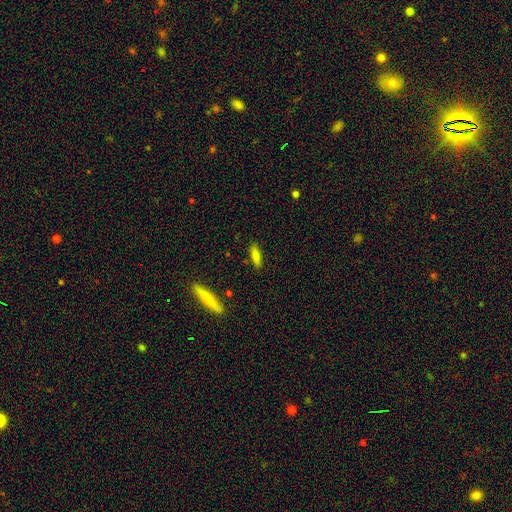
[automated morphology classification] Overall: smooth (80%). How rounded: cigar-shaped (58%; in between 40%). Merging: none (85%).